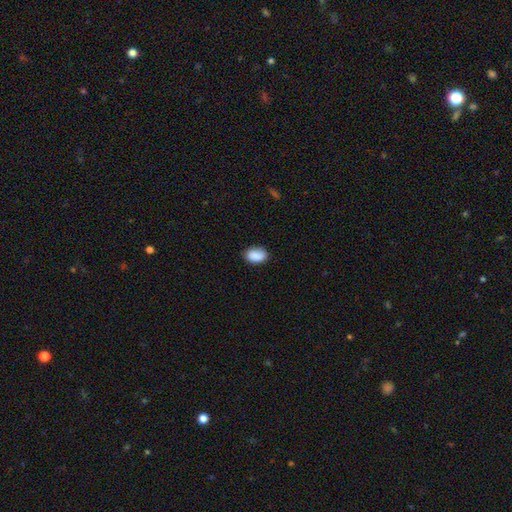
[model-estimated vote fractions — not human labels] This appears to be a smooth galaxy with no disk features (88%) that is in between round and cigar-shaped (83%). Merging: none (78%).